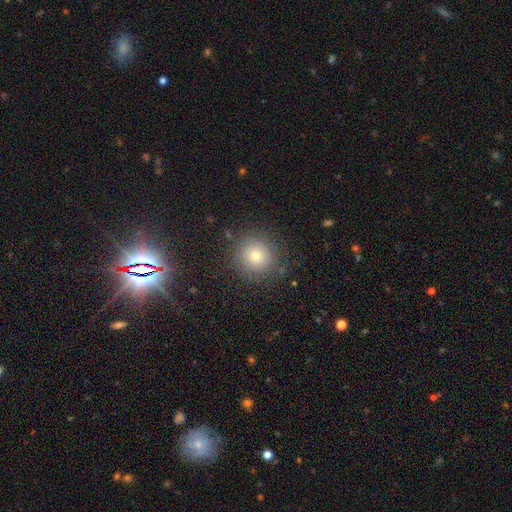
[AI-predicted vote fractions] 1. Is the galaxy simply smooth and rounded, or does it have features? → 69% smooth, 17% star or artifact, 14% featured or disk.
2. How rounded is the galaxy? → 94% round, 5% in between, 1% cigar-shaped.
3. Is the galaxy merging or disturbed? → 85% none, 9% minor disturbance, 4% major disturbance, 2% merger.